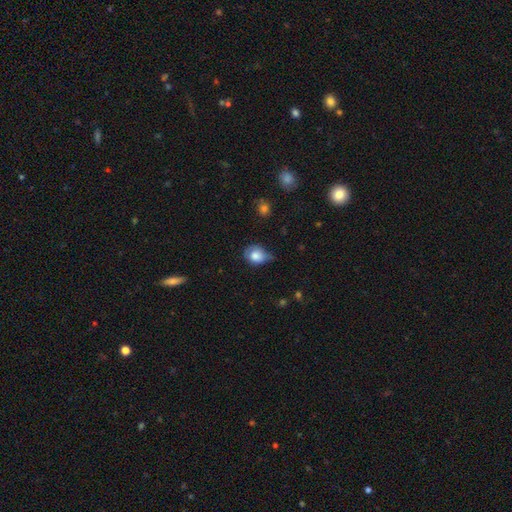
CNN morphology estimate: A smooth galaxy with no disk features (77%) that is round (56%). Merging: minor disturbance (46%).